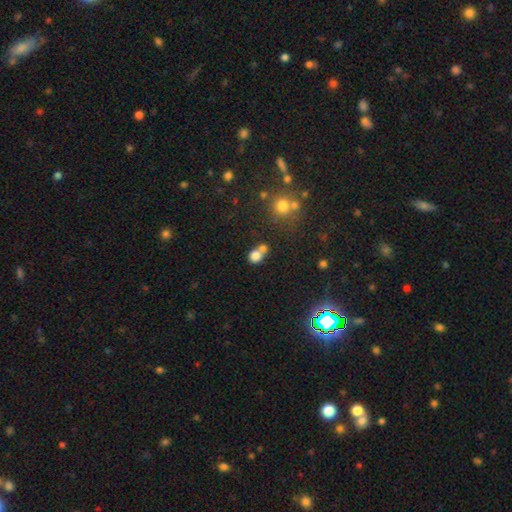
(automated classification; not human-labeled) Smooth or featured? smooth (76%)
How rounded? round (71%)
Merging? merger (44%)